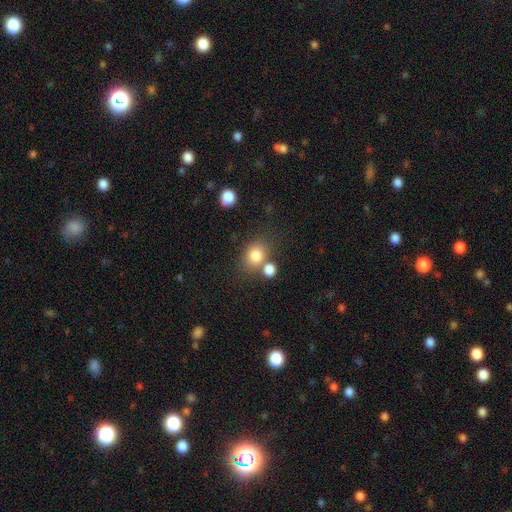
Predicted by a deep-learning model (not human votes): smooth 81%, star or artifact 11%, featured or disk 8%. Down the decision tree: how rounded — round (61%); merging — none (62%).